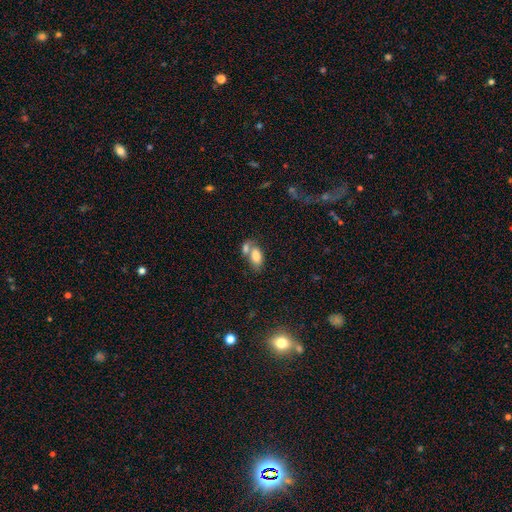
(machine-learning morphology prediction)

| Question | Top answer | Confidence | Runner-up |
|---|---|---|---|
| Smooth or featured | smooth | 79% | featured or disk (13%) |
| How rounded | in between | 91% | round (6%) |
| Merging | merger | 51% | none (33%) |